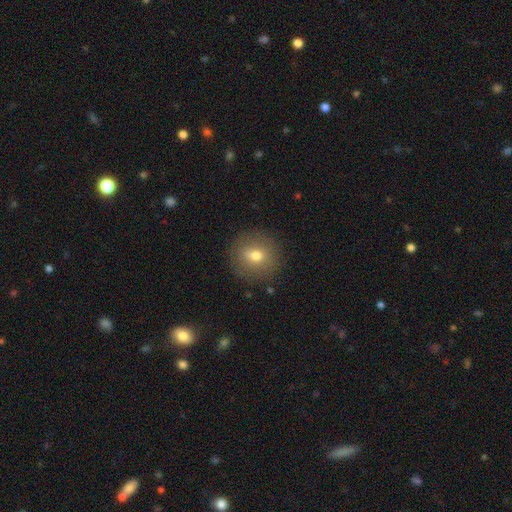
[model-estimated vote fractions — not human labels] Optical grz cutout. It shows a smooth galaxy with no disk features (69%) that is round (89%). Merging: none (87%).